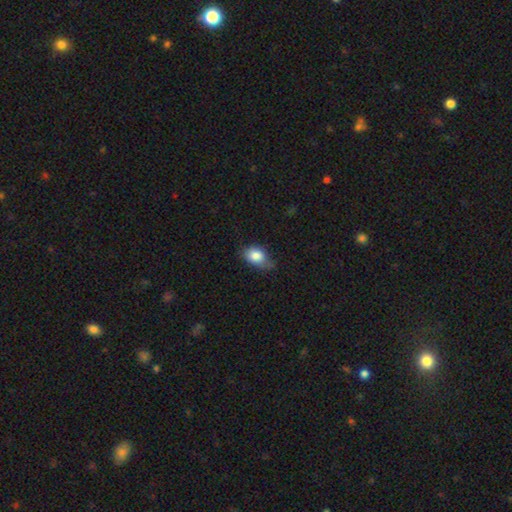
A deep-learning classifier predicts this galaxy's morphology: A smooth galaxy with no disk features (81%) that is in between round and cigar-shaped (73%).

Vote fractions:
- Smooth or featured? smooth: 81% / featured or disk: 10% / star or artifact: 9%
- How rounded? in between: 73% / round: 25% / cigar-shaped: 2%
- Merging? none: 47% / minor disturbance: 40% / major disturbance: 10% / merger: 2%